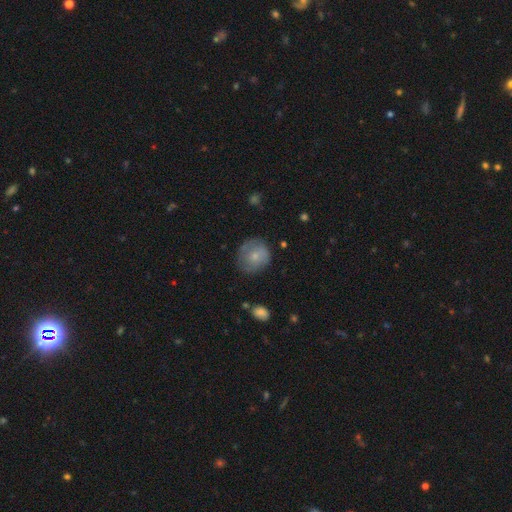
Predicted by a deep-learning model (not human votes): This appears to be a smooth galaxy with no disk features (62%) that is round (83%). Merging: none (68%).